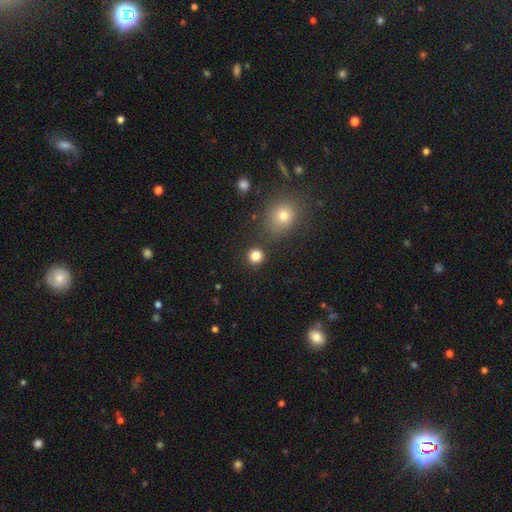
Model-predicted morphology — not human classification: smooth 82%, star or artifact 14%, featured or disk 4%. Down the decision tree: how rounded — round (93%); merging — none (88%).